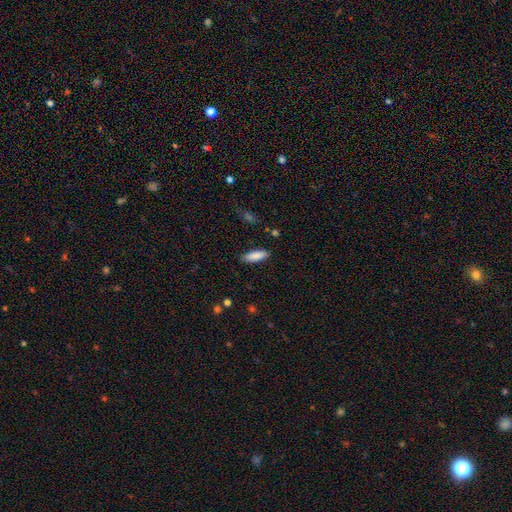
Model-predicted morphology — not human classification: A smooth galaxy with no disk features (87%) that is in between round and cigar-shaped (54%). Merging: none (87%).